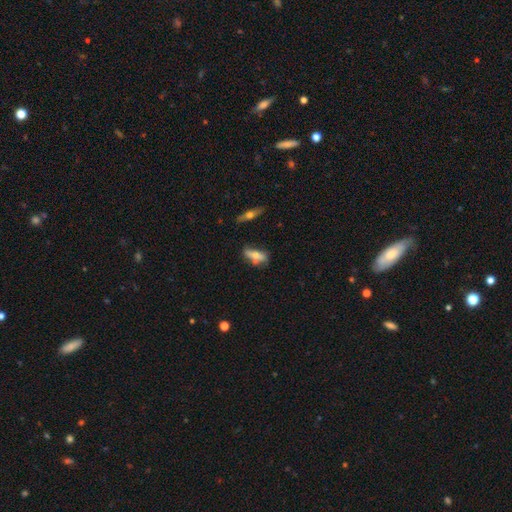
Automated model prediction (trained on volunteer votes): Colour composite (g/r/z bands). It shows a smooth galaxy with no disk features (61%) that is in between round and cigar-shaped (61%). Merging: none (56%).